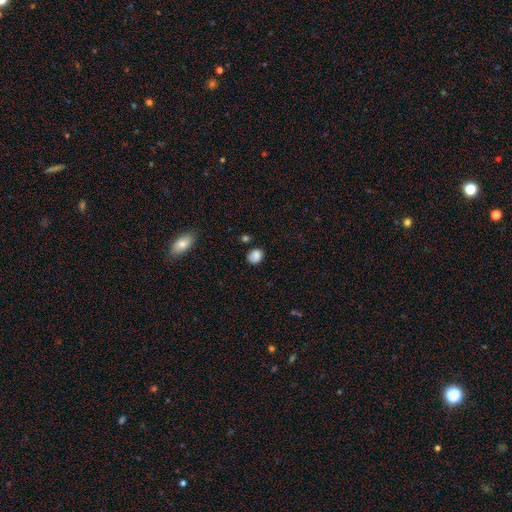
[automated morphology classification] The model was most divided on "how rounded": round: 61%, in between: 38%, cigar-shaped: 1%. More confident: smooth or featured — smooth (85%); merging — none (72%).